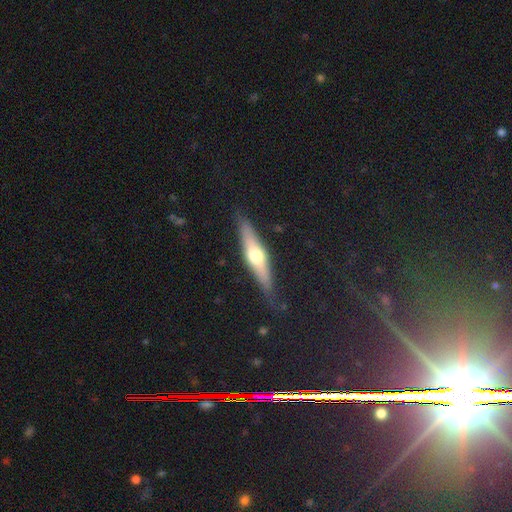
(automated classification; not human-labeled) smooth-or-featured: featured or disk: 52% | smooth: 42% | star or artifact: 6%
  disk-edge-on: yes: 89% | no: 11%
  merging: none: 81% | minor disturbance: 14% | major disturbance: 3% | merger: 1%